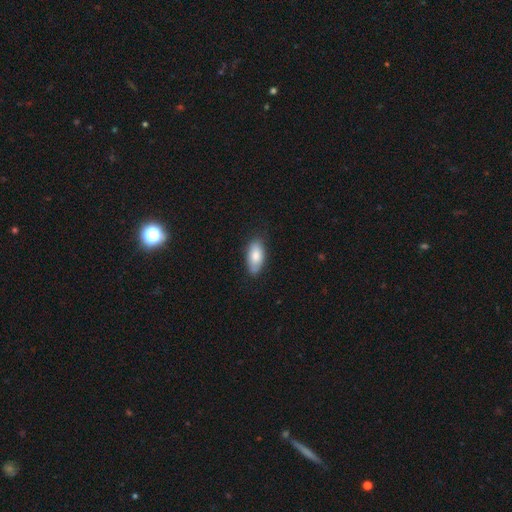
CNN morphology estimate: type=smooth (80%); roundness=in between (90%); merging=none (79%).